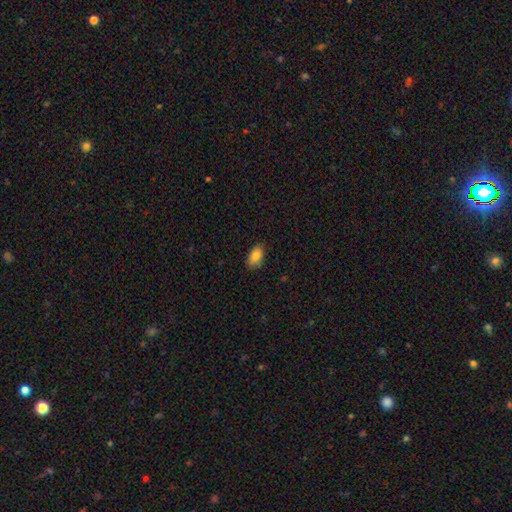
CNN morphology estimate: smooth-or-featured: smooth: 84% | star or artifact: 8% | featured or disk: 8%
  how-rounded: in between: 90% | round: 7% | cigar-shaped: 3%
  merging: none: 83% | minor disturbance: 13% | major disturbance: 2% | merger: 1%